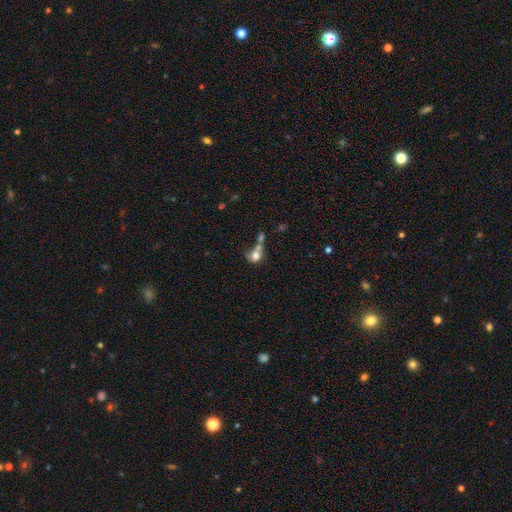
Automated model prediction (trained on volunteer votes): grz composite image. It shows a smooth galaxy with no disk features (71%) that is round (64%). Merging: merger (50%).